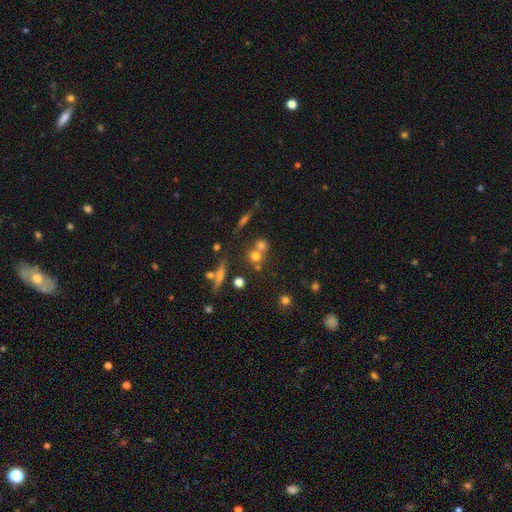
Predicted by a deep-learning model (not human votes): Q: Smooth or featured?
A: smooth (64%); runner-up: featured or disk (18%)
Q: How rounded?
A: round (82%); runner-up: in between (14%)
Q: Merging?
A: none (46%); runner-up: merger (43%)